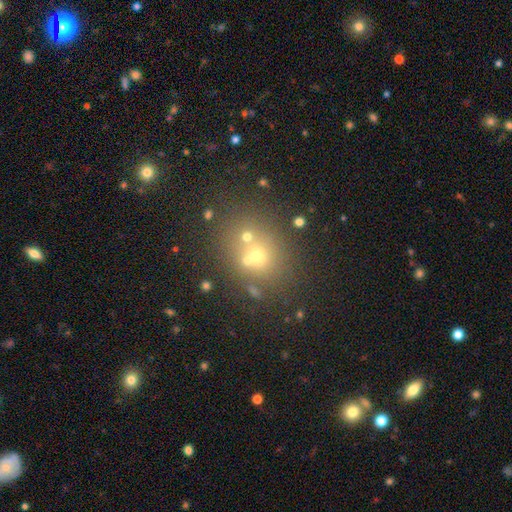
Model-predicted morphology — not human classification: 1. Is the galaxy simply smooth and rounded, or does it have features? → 54% smooth, 27% star or artifact, 19% featured or disk.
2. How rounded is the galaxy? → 70% round, 29% in between, 1% cigar-shaped.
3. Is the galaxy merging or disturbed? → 54% none, 30% merger, 10% minor disturbance, 6% major disturbance.